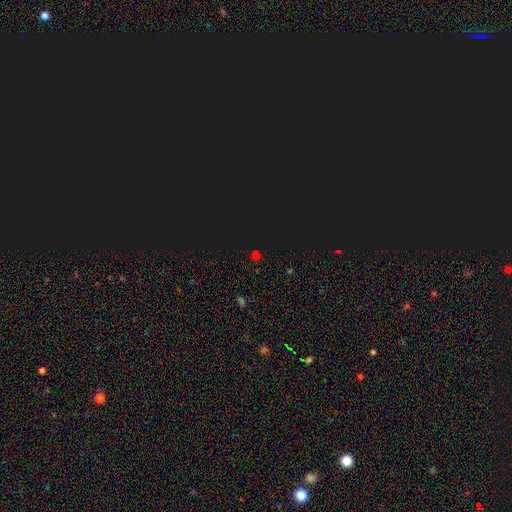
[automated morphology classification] The model was most divided on "smooth or featured": star or artifact: 63%, smooth: 31%, featured or disk: 6%.